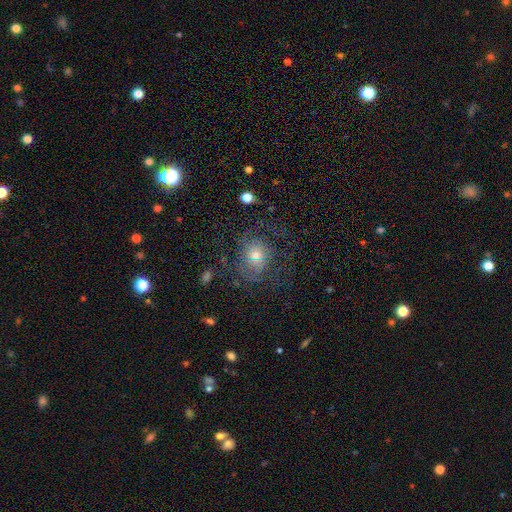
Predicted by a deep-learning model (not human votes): This appears to be a featured or disk galaxy (59%) with no bar (77%), spiral arms (81%) and a moderate central bulge (58%). Merging: none (60%).